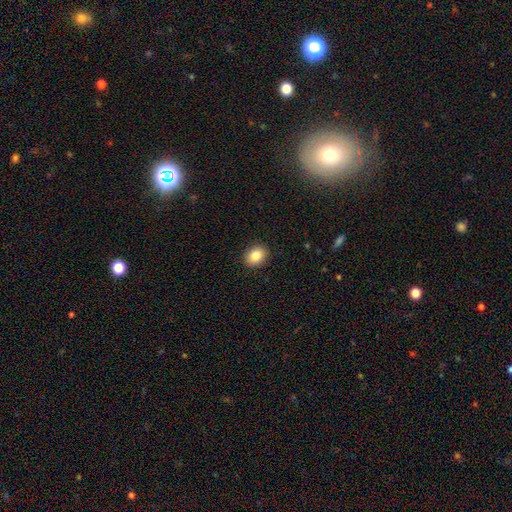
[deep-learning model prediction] This is clearly a smooth galaxy (85%). How rounded: likely in between (61%). Merging: clearly none (91%).